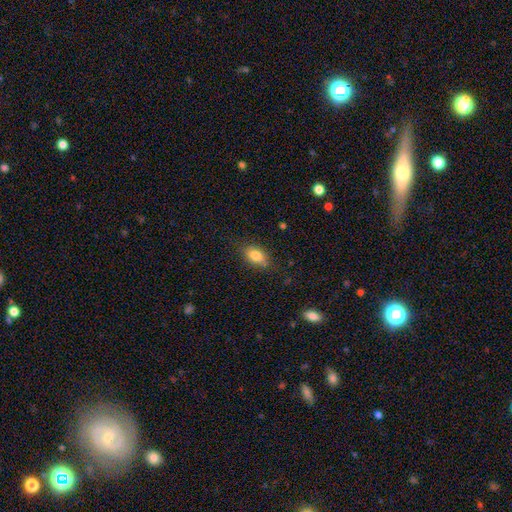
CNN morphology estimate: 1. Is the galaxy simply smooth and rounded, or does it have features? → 81% smooth, 11% featured or disk, 8% star or artifact.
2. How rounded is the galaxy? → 86% in between, 9% round, 5% cigar-shaped.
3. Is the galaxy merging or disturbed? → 78% none, 17% minor disturbance, 4% major disturbance, 2% merger.